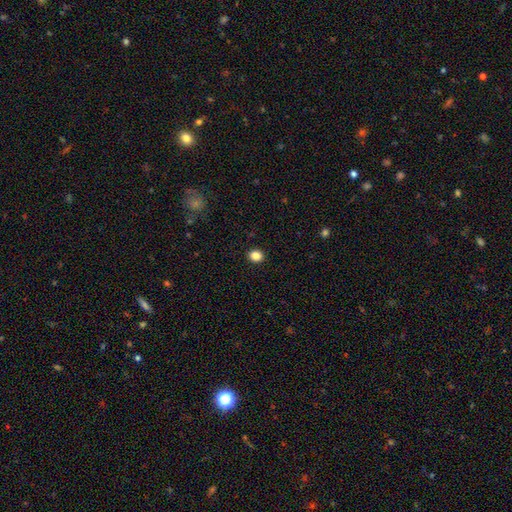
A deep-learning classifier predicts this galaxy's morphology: Overall: smooth (85%). How rounded: round (64%; in between 35%). Merging: none (92%).